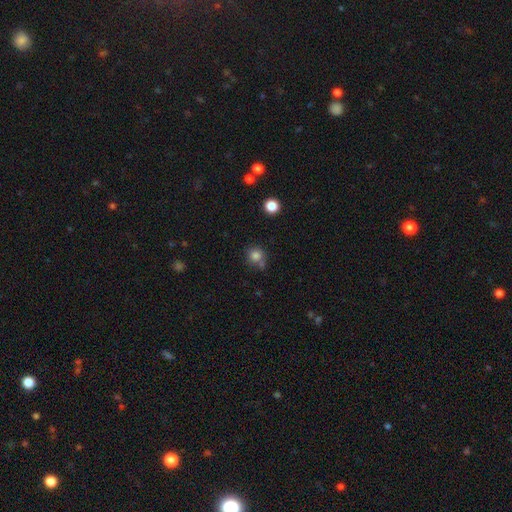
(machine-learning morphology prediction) The model was most divided on "merging": none: 65%, merger: 17%, minor disturbance: 14%, major disturbance: 5%. More confident: how rounded — round (90%); smooth or featured — smooth (81%).